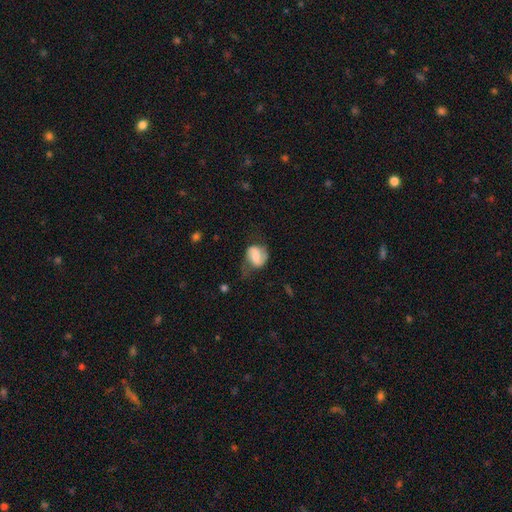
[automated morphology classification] A featured or disk galaxy (56%) with a weak bar (41%), spiral arms (86%) and a moderate central bulge (28%). Merging: none (47%).